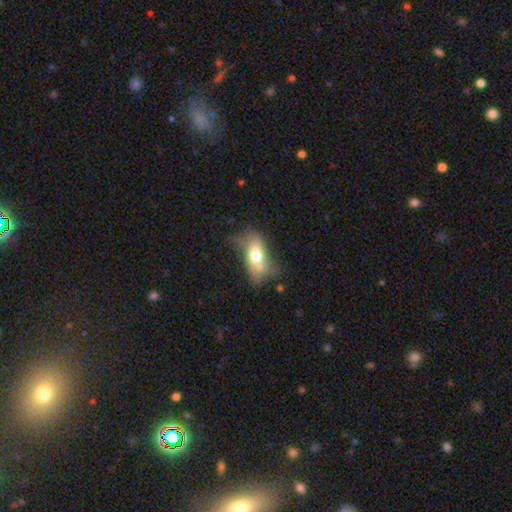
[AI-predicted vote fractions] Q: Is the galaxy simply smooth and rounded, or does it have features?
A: smooth — 58%.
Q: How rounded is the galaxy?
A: in between — 83%.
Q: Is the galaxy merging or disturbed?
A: none — 35%.